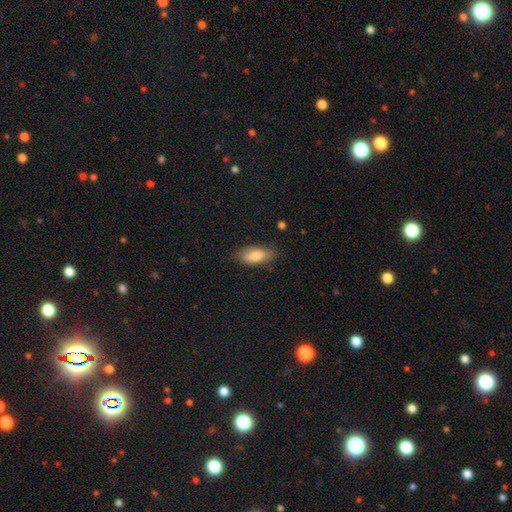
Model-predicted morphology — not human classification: A smooth galaxy with no disk features (76%) that is in between round and cigar-shaped (82%).

Vote fractions:
- Smooth or featured? smooth: 76% / featured or disk: 17% / star or artifact: 7%
- How rounded? in between: 82% / cigar-shaped: 15% / round: 3%
- Merging? none: 79% / minor disturbance: 16% / major disturbance: 3% / merger: 1%